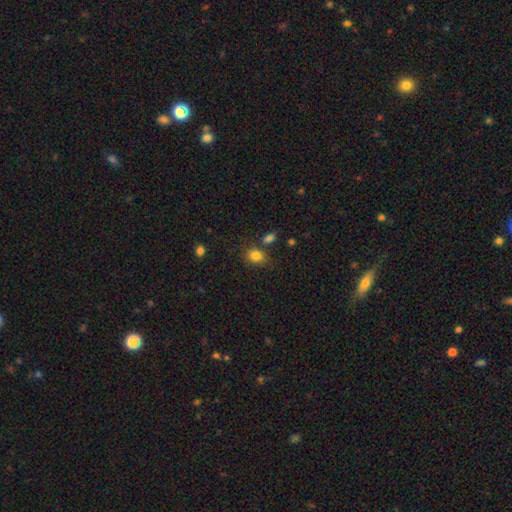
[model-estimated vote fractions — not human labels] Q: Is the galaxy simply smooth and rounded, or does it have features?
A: smooth — 83%.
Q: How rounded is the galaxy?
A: in between — 61%.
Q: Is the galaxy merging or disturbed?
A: none — 70%.